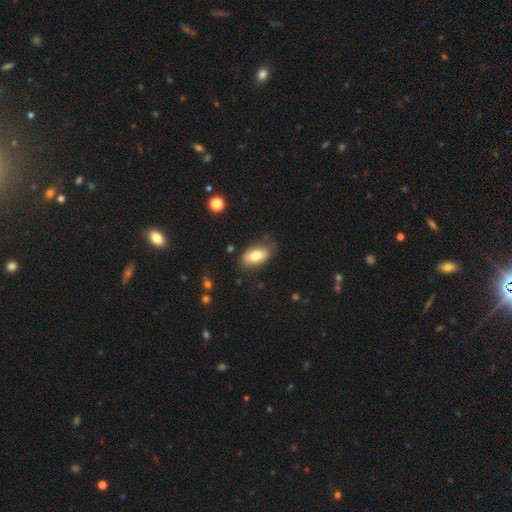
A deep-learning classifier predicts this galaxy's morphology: Smooth or featured: smooth — 75% (featured or disk — 18%)
How rounded: in between — 92% (round — 6%)
Merging: none — 71% (minor disturbance — 21%)